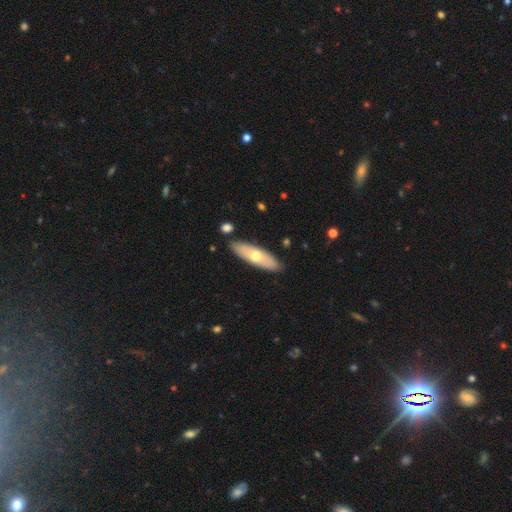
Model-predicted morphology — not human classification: Smooth or featured: smooth — 57% (featured or disk — 37%)
How rounded: cigar-shaped — 50% (in between — 48%)
Merging: none — 85% (minor disturbance — 10%)